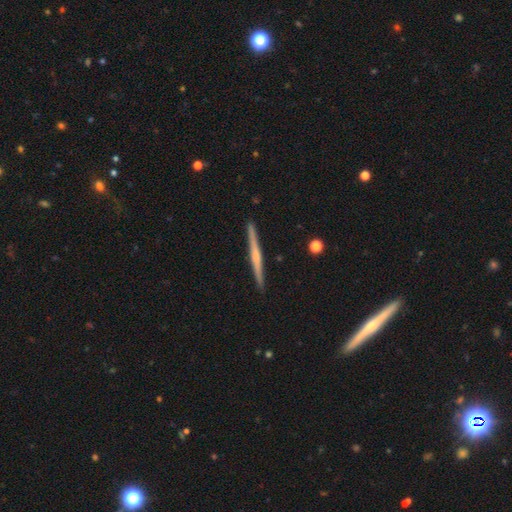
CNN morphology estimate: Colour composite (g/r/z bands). It shows a featured or disk galaxy (65%) viewed edge-on (98%) with no central bulge (50%). Merging: none (92%).